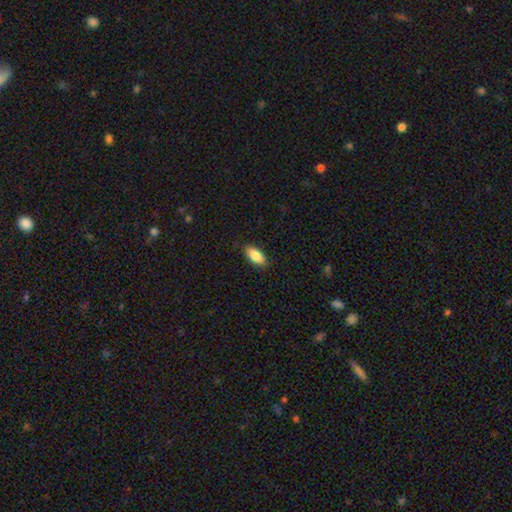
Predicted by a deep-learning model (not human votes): Smooth or featured? Predicted: smooth (p=0.86). How rounded? Predicted: in between (p=0.89). Merging? Predicted: none (p=0.87).